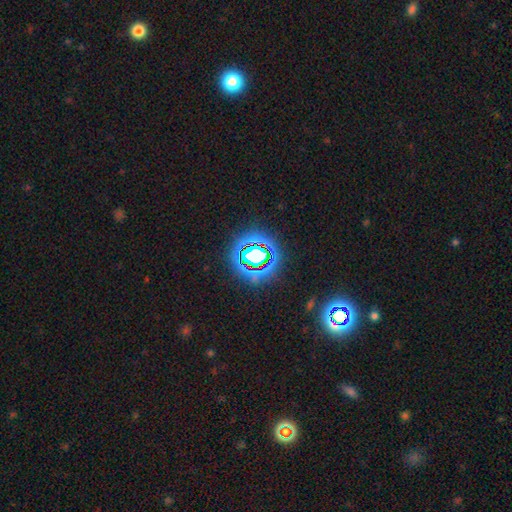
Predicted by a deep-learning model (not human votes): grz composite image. It shows a star or artifact, not a galaxy (74%).